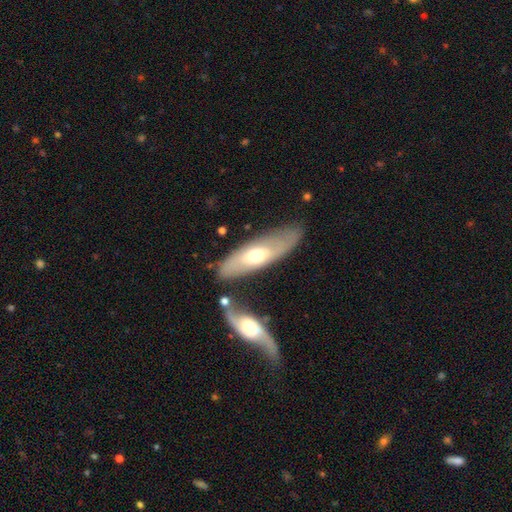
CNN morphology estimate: The model was most divided on "smooth or featured": featured or disk: 51%, smooth: 44%, star or artifact: 5%. More confident: merging — none (67%); edge-on disk — no (64%).